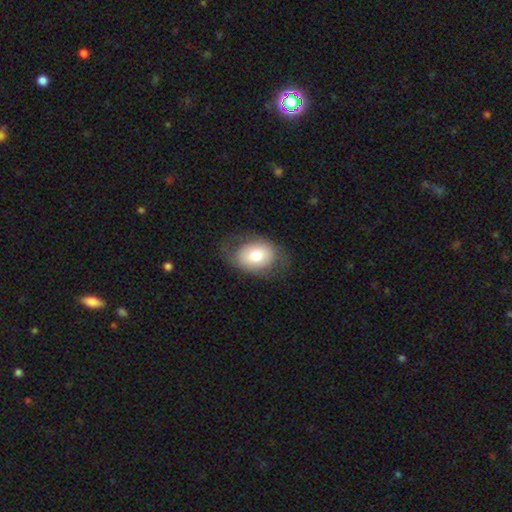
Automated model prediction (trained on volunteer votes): Smooth or featured: smooth — 68% (featured or disk — 25%)
How rounded: in between — 69% (round — 30%)
Merging: none — 63% (minor disturbance — 22%)